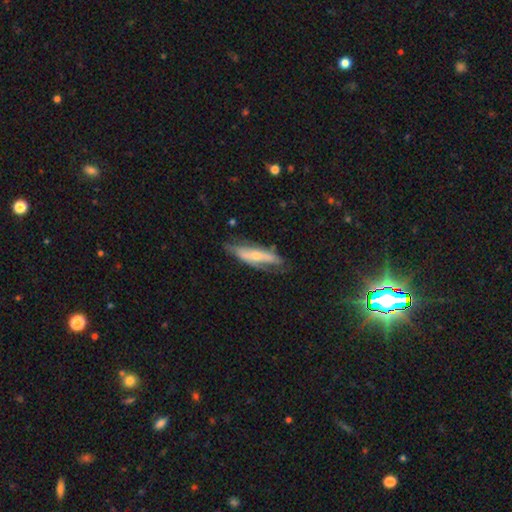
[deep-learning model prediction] Q: Smooth or featured?
A: featured or disk (57%); runner-up: smooth (37%)
Q: Edge-on disk?
A: no (58%); runner-up: yes (42%)
Q: Merging?
A: none (61%); runner-up: minor disturbance (26%)